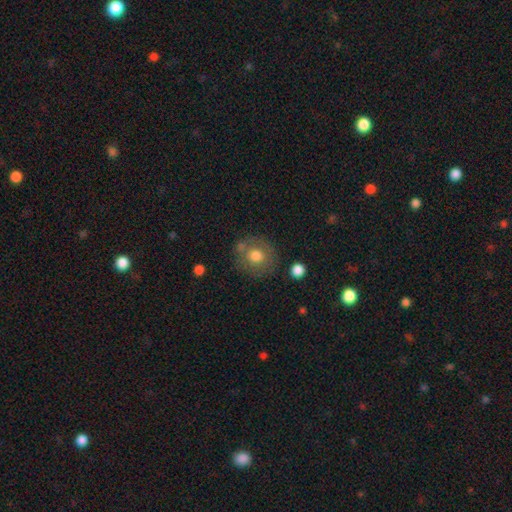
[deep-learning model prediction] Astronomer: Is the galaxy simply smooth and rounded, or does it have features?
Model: smooth — 71%.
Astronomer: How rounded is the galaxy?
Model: round — 87%.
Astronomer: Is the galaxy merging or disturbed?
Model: none — 78%.